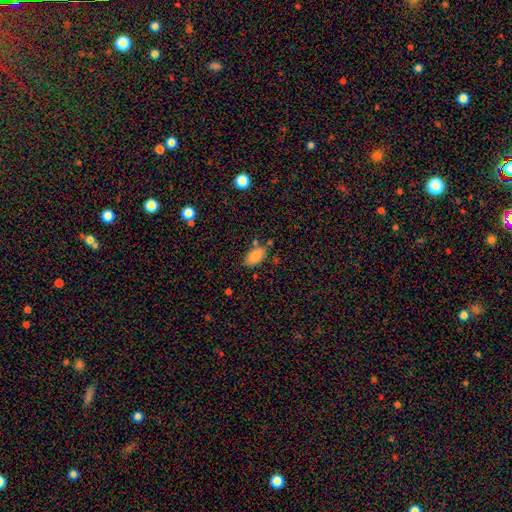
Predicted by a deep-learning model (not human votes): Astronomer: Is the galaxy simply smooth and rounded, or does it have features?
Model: smooth — 86%.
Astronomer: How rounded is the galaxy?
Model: in between — 93%.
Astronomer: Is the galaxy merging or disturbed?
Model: none — 70%.